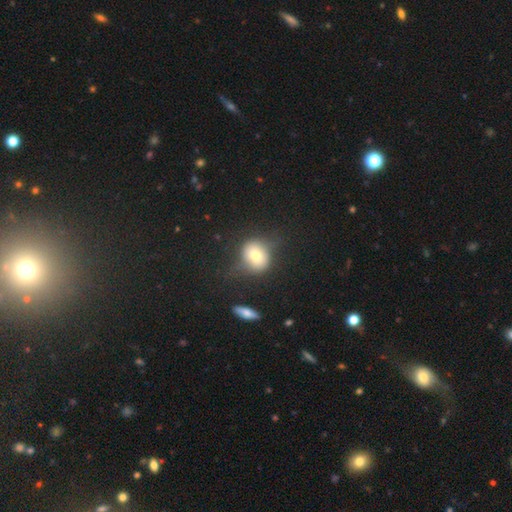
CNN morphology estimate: Smooth or featured? smooth (68%)
How rounded? round (72%)
Merging? none (57%)